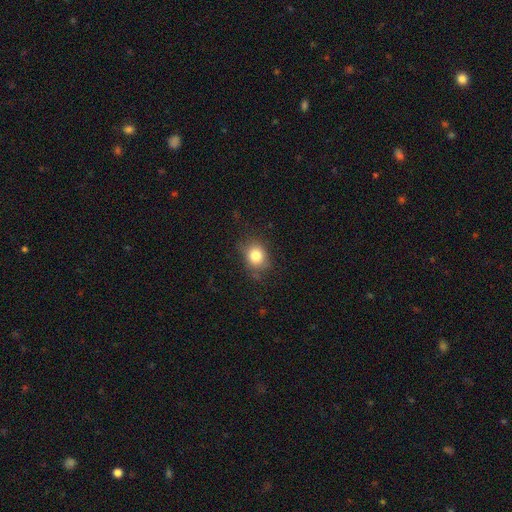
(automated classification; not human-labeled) Overall: smooth (81%). How rounded: round (61%; in between 38%). Merging: none (72%).